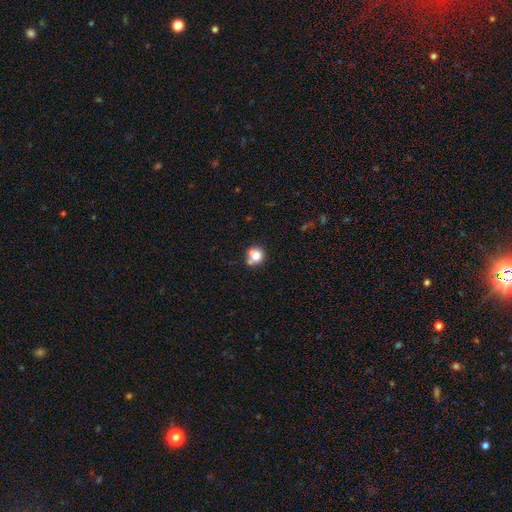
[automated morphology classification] Q: Smooth or featured?
A: smooth (77%); runner-up: featured or disk (12%)
Q: How rounded?
A: round (87%); runner-up: in between (12%)
Q: Merging?
A: none (57%); runner-up: merger (24%)